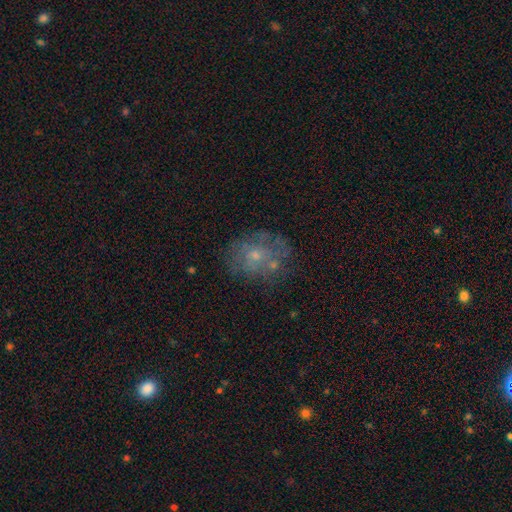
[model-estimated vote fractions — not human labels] A featured or disk galaxy (48%). Merging: none (58%).